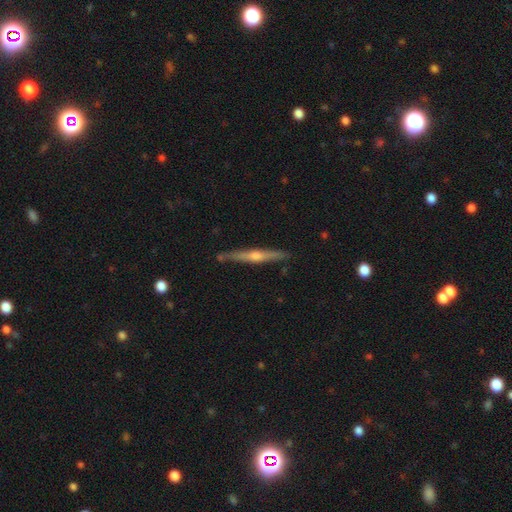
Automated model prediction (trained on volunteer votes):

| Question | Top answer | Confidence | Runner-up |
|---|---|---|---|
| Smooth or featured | featured or disk | 78% | smooth (16%) |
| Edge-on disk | yes | 97% | no (3%) |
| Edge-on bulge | rounded | 84% | none (10%) |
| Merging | none | 88% | minor disturbance (9%) |